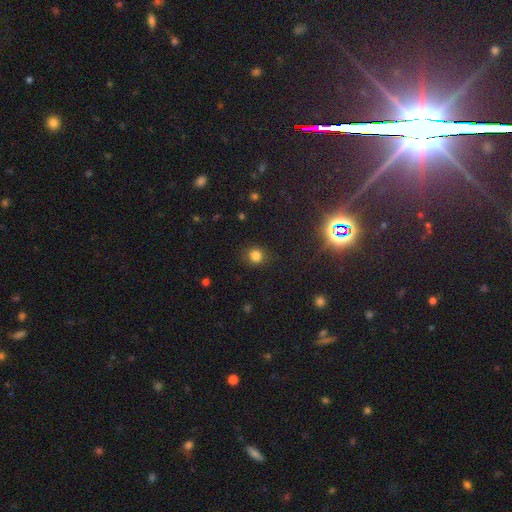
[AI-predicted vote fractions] smooth 79%, star or artifact 16%, featured or disk 5%. Down the decision tree: how rounded — round (86%); merging — none (84%).